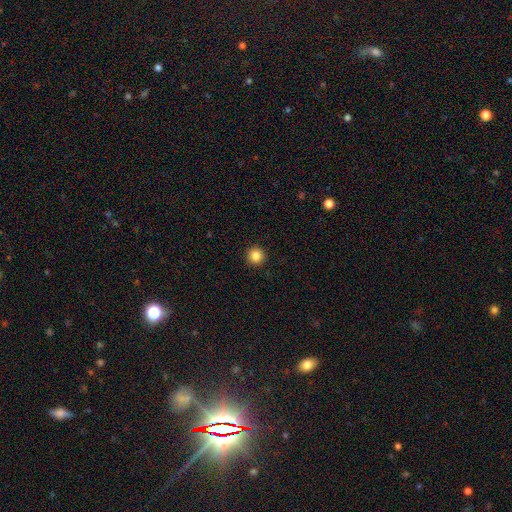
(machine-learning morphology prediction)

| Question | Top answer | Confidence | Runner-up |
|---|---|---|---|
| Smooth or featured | smooth | 85% | star or artifact (11%) |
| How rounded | round | 96% | in between (3%) |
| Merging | none | 94% | minor disturbance (4%) |